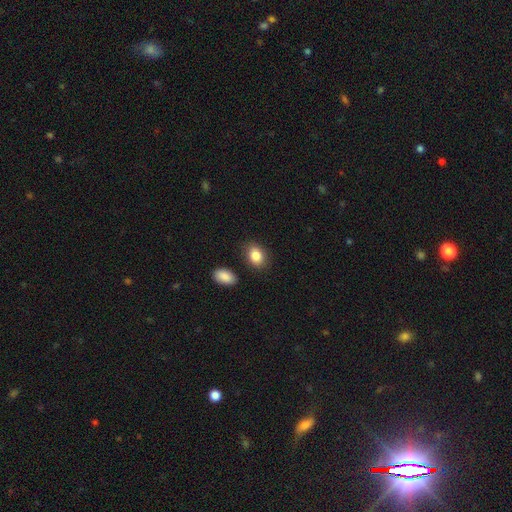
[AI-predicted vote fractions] Smooth or featured? Predicted: smooth (p=0.86). How rounded? Predicted: in between (p=0.72). Merging? Predicted: none (p=0.81).